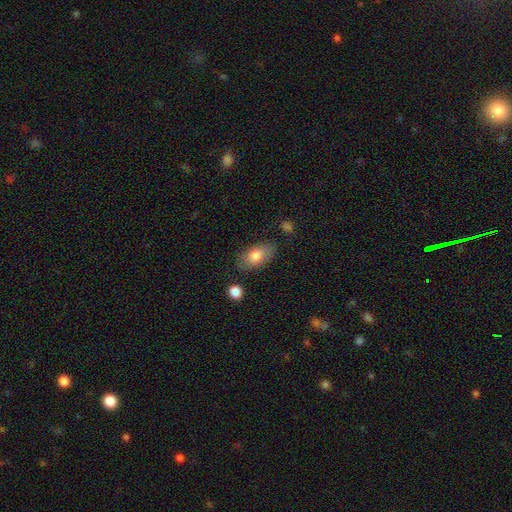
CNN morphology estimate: smooth-or-featured: smooth: 78% | featured or disk: 16% | star or artifact: 6%
  how-rounded: in between: 91% | round: 5% | cigar-shaped: 3%
  merging: none: 77% | minor disturbance: 16% | major disturbance: 4% | merger: 3%